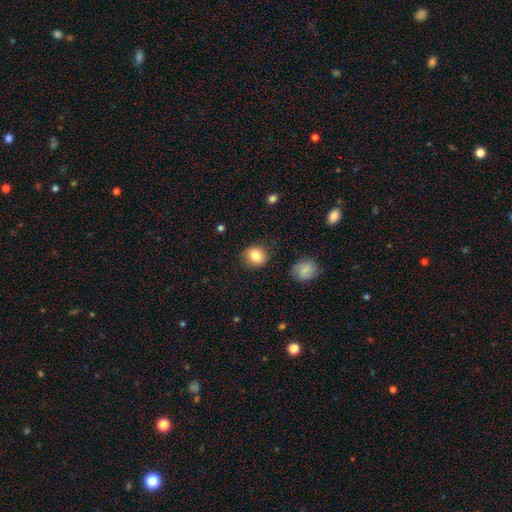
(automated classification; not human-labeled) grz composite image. It shows a smooth galaxy with no disk features (83%) that is round (76%). Merging: none (84%).